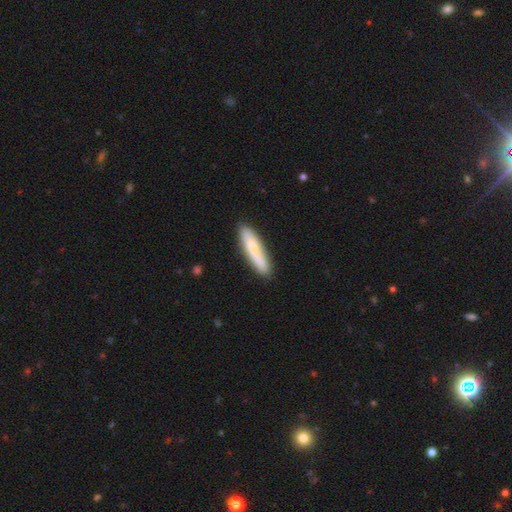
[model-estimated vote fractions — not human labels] smooth 73%, featured or disk 21%, star or artifact 6%. Down the decision tree: how rounded — cigar-shaped (84%); merging — none (83%).